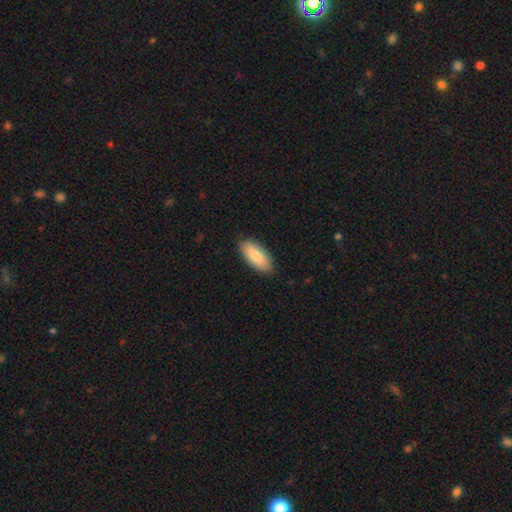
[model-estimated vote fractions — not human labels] Q: Smooth or featured?
A: smooth (83%); runner-up: featured or disk (12%)
Q: How rounded?
A: in between (87%); runner-up: cigar-shaped (11%)
Q: Merging?
A: none (87%); runner-up: minor disturbance (10%)